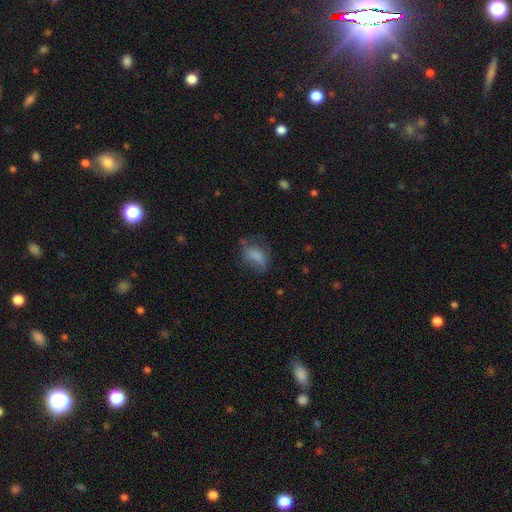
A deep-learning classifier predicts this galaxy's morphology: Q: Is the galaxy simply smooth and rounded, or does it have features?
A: smooth — 70%.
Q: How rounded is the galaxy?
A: in between — 83%.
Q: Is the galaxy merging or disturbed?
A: none — 45%.